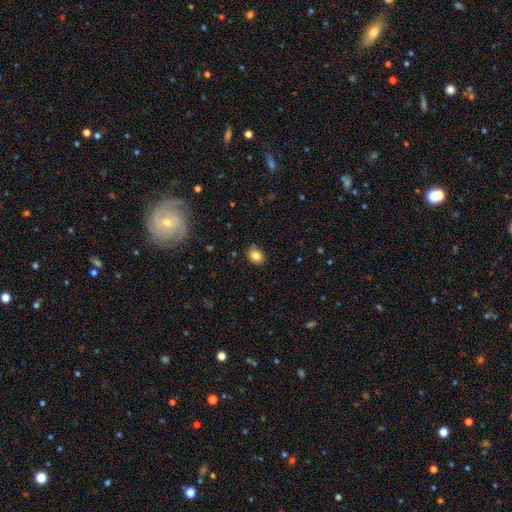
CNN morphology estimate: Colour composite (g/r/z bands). It shows a smooth galaxy with no disk features (83%) that is in between round and cigar-shaped (61%). Merging: none (86%).